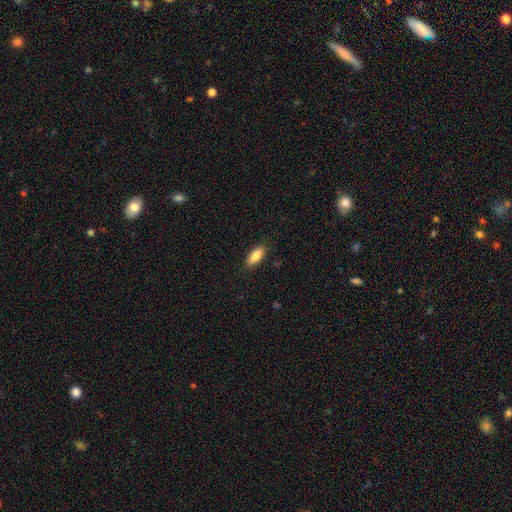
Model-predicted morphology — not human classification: type=smooth (86%); roundness=in between (78%); merging=none (87%).